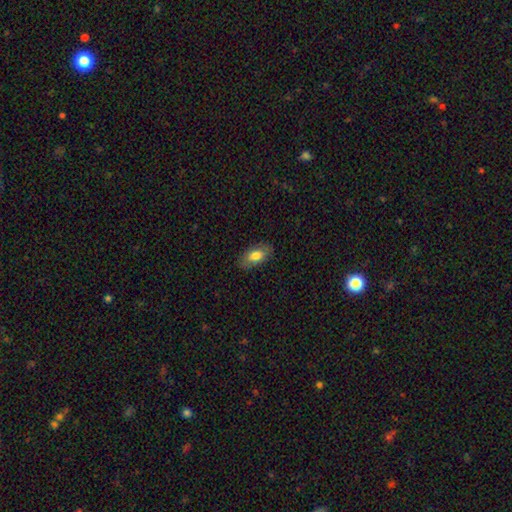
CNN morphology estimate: Q: Smooth or featured?
A: smooth (76%); runner-up: featured or disk (17%)
Q: How rounded?
A: in between (92%); runner-up: round (4%)
Q: Merging?
A: none (84%); runner-up: minor disturbance (12%)